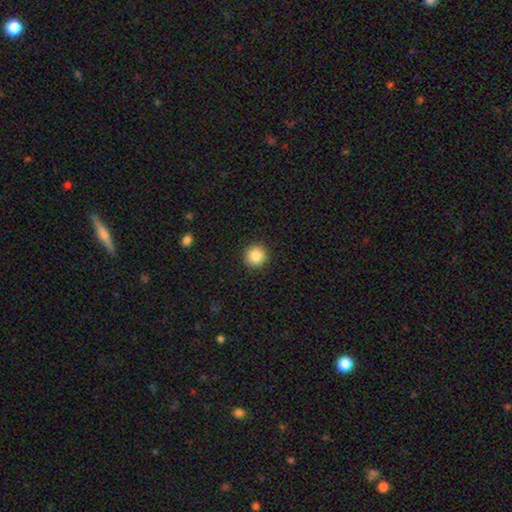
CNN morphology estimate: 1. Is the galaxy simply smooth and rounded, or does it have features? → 86% smooth, 9% star or artifact, 5% featured or disk.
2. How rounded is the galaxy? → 94% round, 5% in between, 1% cigar-shaped.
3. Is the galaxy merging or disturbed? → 92% none, 5% minor disturbance, 2% major disturbance, 1% merger.